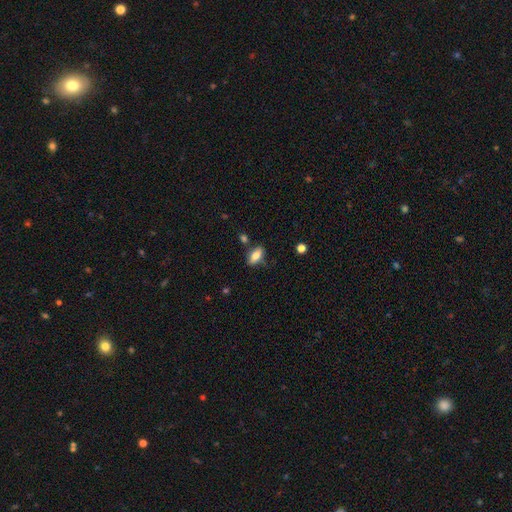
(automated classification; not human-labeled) smooth-or-featured: smooth: 75% | featured or disk: 18% | star or artifact: 8%
  how-rounded: in between: 85% | cigar-shaped: 10% | round: 4%
  merging: none: 77% | minor disturbance: 14% | merger: 5% | major disturbance: 3%